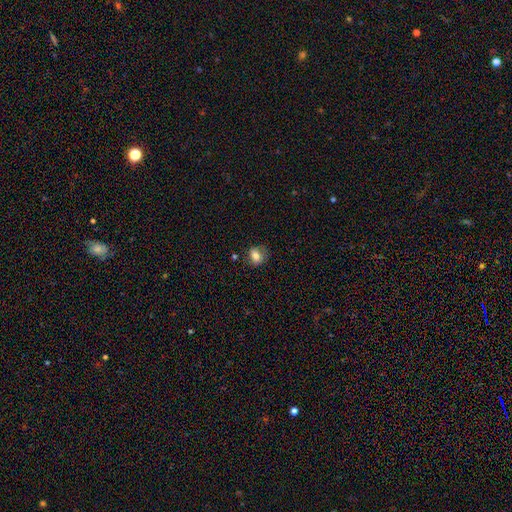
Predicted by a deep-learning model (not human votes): This is likely a smooth galaxy (77%). How rounded: possibly round (59%). Merging: likely none (68%).